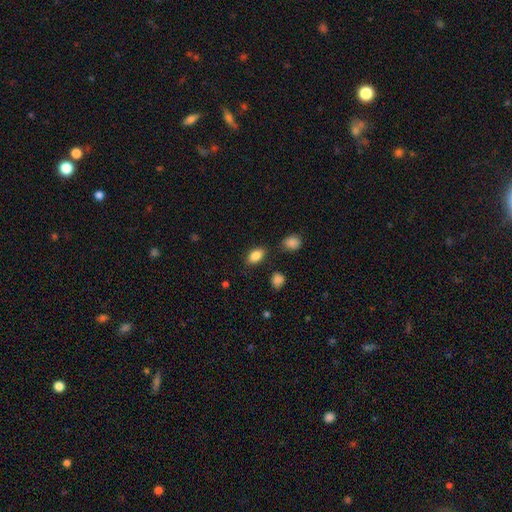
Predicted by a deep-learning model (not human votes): smooth-or-featured: smooth: 85% | star or artifact: 9% | featured or disk: 6%
  how-rounded: in between: 87% | round: 10% | cigar-shaped: 3%
  merging: none: 80% | minor disturbance: 13% | merger: 4% | major disturbance: 3%